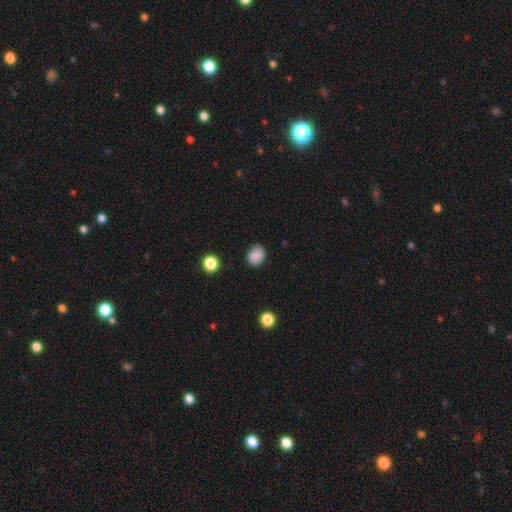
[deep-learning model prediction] Morphology: type=smooth (85%); roundness=round (57%); merging=none (82%).